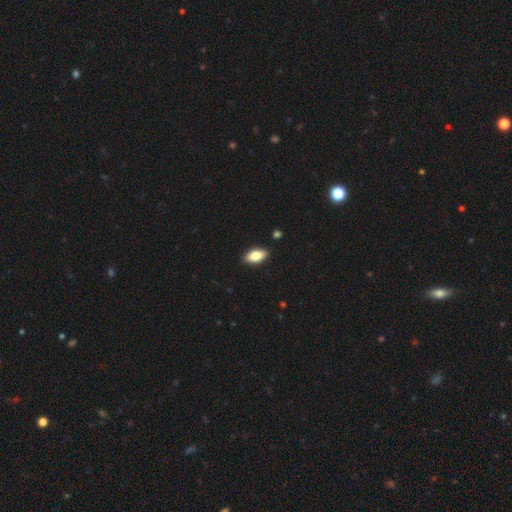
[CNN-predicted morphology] smooth 77%, featured or disk 16%, star or artifact 7%. Down the decision tree: how rounded — in between (89%); merging — none (89%).